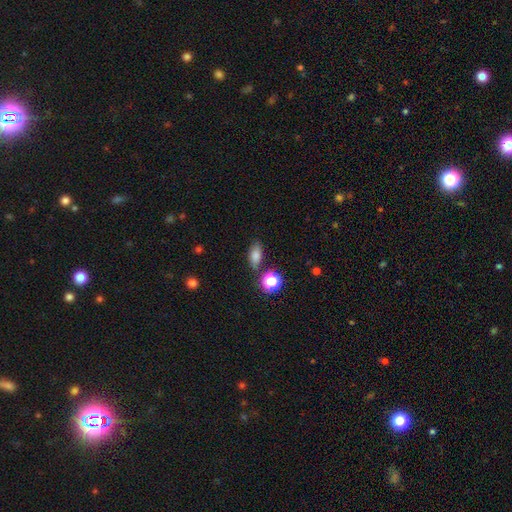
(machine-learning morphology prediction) A smooth galaxy with no disk features (78%) that is in between round and cigar-shaped (79%).

Vote fractions:
- Smooth or featured? smooth: 78% / star or artifact: 13% / featured or disk: 9%
- How rounded? in between: 79% / round: 12% / cigar-shaped: 9%
- Merging? none: 75% / minor disturbance: 14% / merger: 7% / major disturbance: 4%